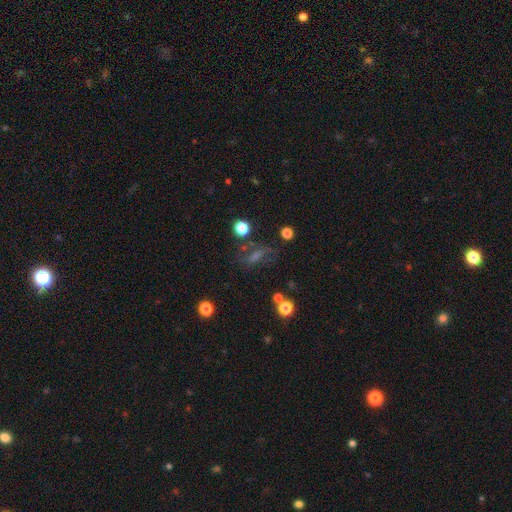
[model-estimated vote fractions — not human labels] A smooth galaxy with no disk features (35%, tied with featured or disk).

Vote fractions:
- Smooth or featured? smooth: 35% (tied) / featured or disk: 35% (tied) / star or artifact: 30%
- Merging? none: 62% / minor disturbance: 18% / major disturbance: 15% / merger: 6%